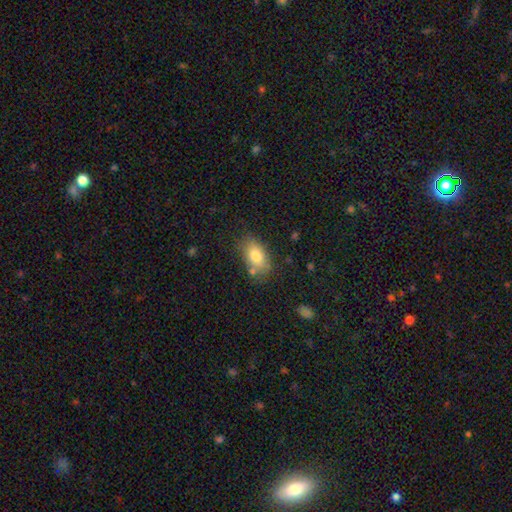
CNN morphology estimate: type=smooth (80%); roundness=in between (89%); merging=none (71%).